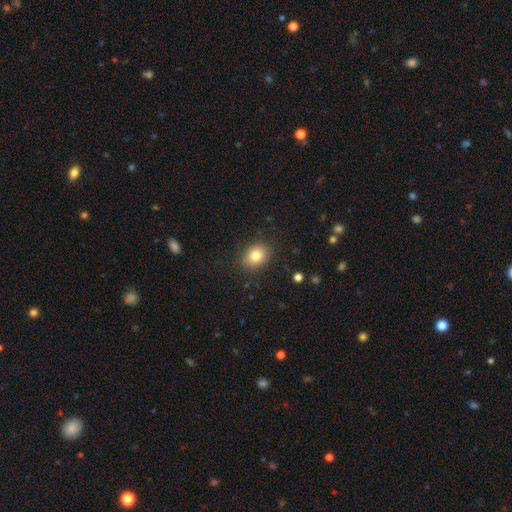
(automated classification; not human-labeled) Morphology: type=smooth (82%); roundness=in between (52%); merging=none (87%).